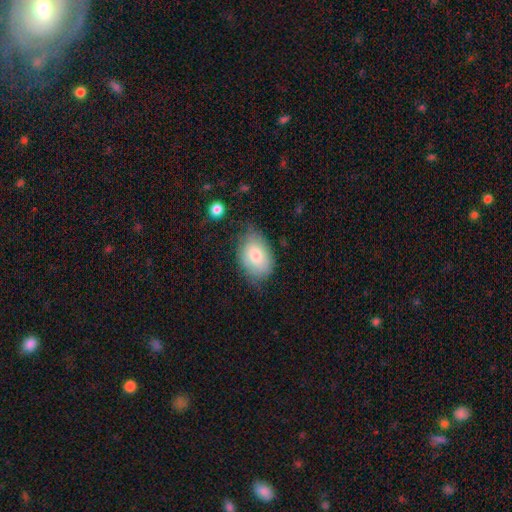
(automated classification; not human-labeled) smooth 76%, featured or disk 17%, star or artifact 7%. Down the decision tree: how rounded — in between (86%); merging — none (62%).